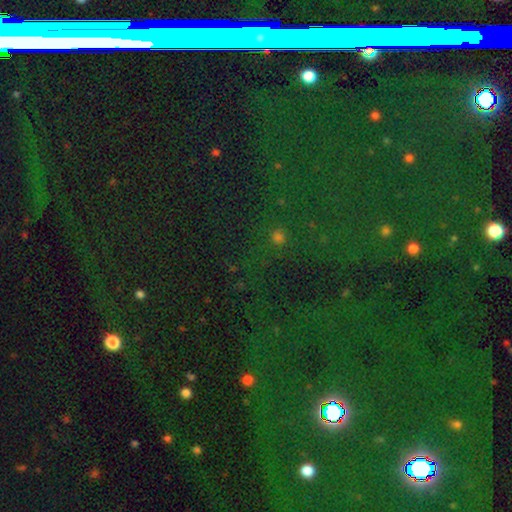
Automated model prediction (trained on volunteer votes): Smooth or featured? star or artifact (78%)